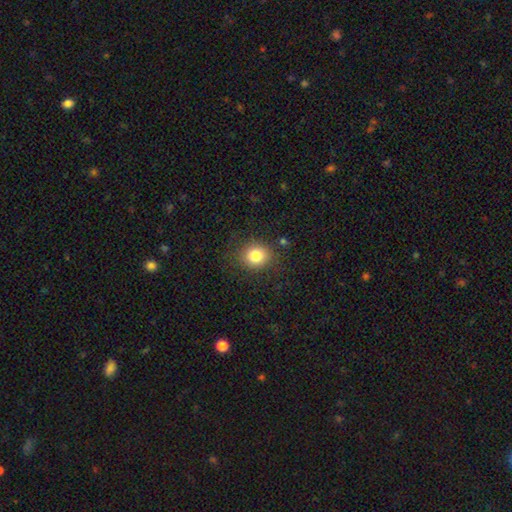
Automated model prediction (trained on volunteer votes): Q: Smooth or featured?
A: smooth (82%); runner-up: star or artifact (12%)
Q: How rounded?
A: round (78%); runner-up: in between (21%)
Q: Merging?
A: none (86%); runner-up: minor disturbance (9%)